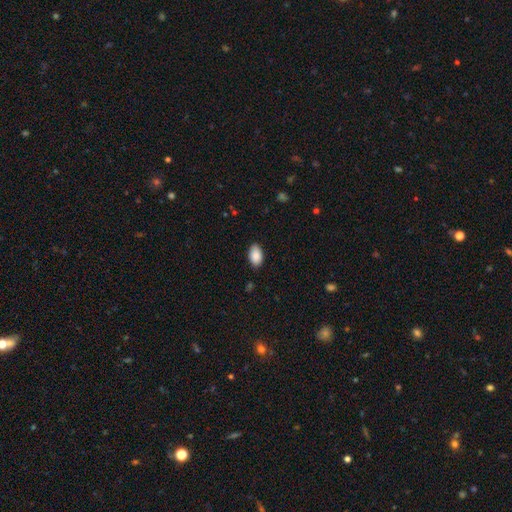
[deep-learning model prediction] Morphology: type=smooth (89%); roundness=in between (93%); merging=none (86%).